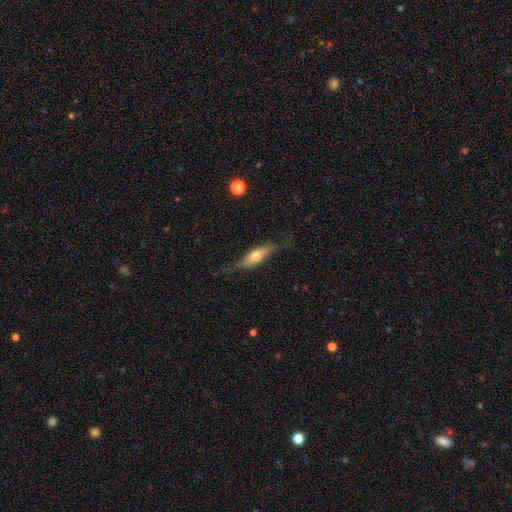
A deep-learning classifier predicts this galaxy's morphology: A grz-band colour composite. It shows a smooth galaxy with no disk features (47%). Merging: none (64%).